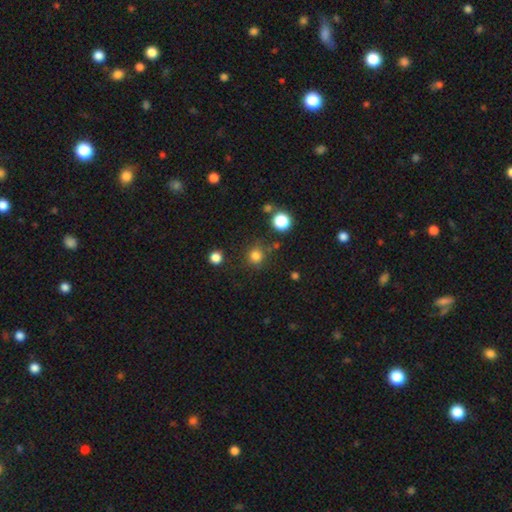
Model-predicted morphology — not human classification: Smooth or featured: smooth — 80% (star or artifact — 15%)
How rounded: round — 91% (in between — 8%)
Merging: none — 81% (minor disturbance — 10%)